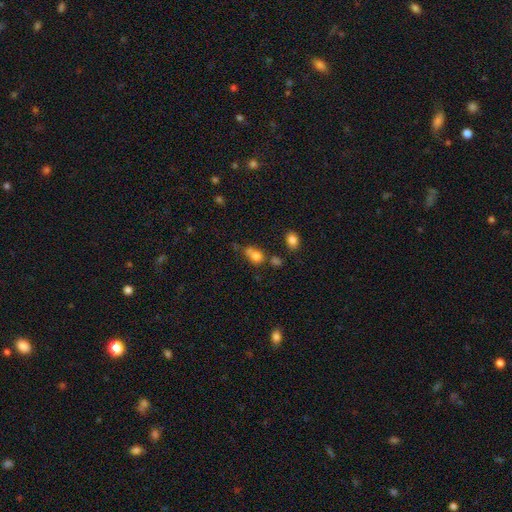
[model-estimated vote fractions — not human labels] smooth-or-featured: smooth: 76% | star or artifact: 13% | featured or disk: 11%
  how-rounded: round: 68% | in between: 30% | cigar-shaped: 2%
  merging: none: 43% | merger: 34% | minor disturbance: 15% | major disturbance: 7%